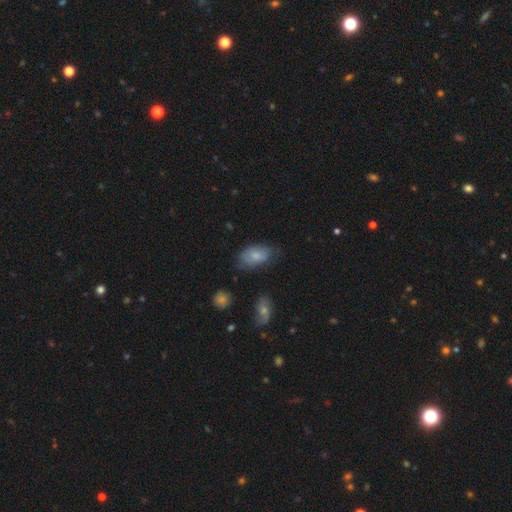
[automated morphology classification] A smooth galaxy with no disk features (73%) that is in between round and cigar-shaped (92%). Merging: none (59%).